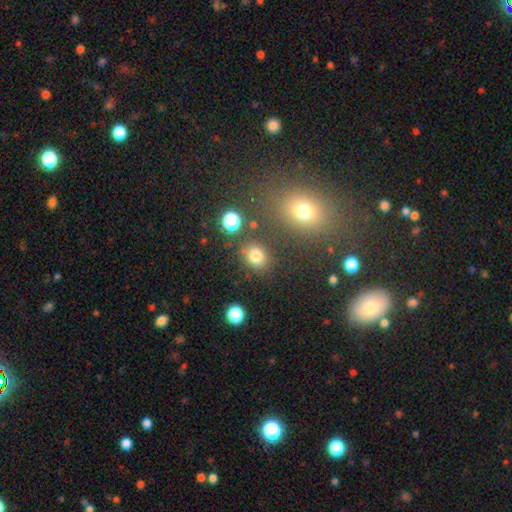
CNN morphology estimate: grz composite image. It shows a smooth galaxy with no disk features (77%) that is round (55%). Merging: none (77%).